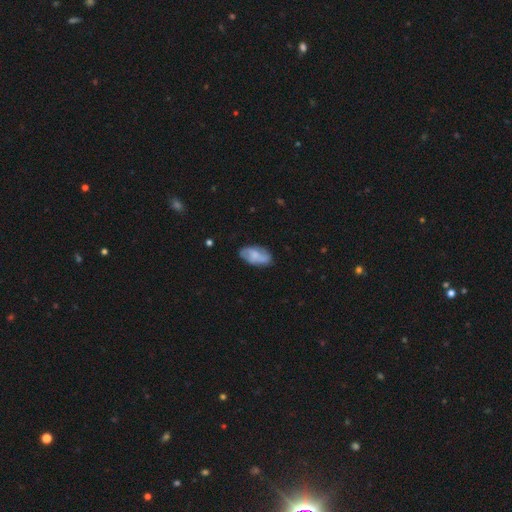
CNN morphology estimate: A featured or disk galaxy (47%). Merging: none (74%).